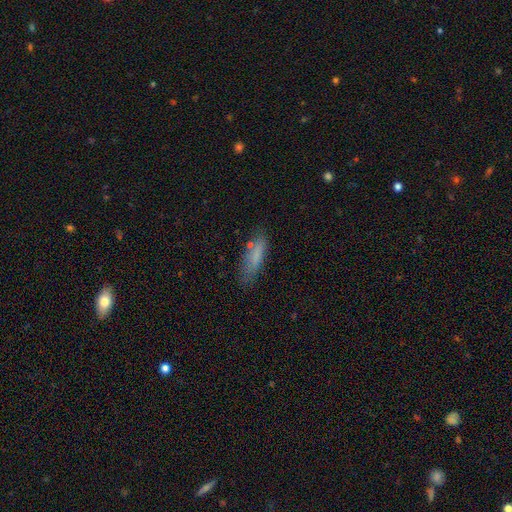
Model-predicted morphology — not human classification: The model was most divided on "how rounded": cigar-shaped: 63%, in between: 35%, round: 2%. More confident: smooth or featured — smooth (77%); merging — none (72%).